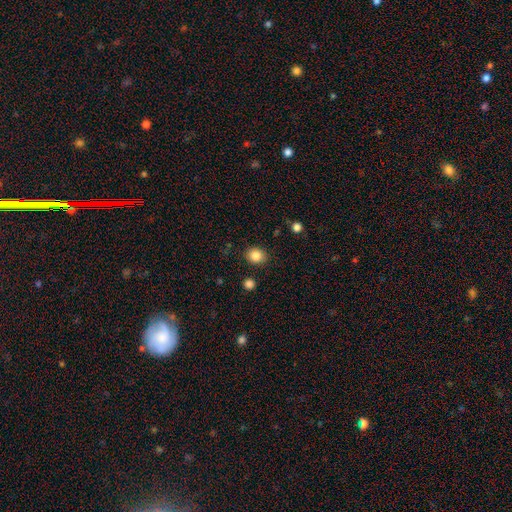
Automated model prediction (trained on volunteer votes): Smooth or featured? smooth (85%)
How rounded? round (70%)
Merging? none (88%)